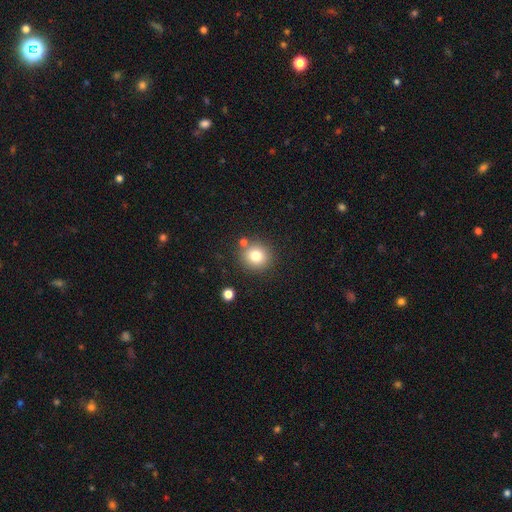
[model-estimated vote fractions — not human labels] Smooth or featured: smooth — 79% (star or artifact — 12%)
How rounded: round — 89% (in between — 10%)
Merging: none — 81% (minor disturbance — 8%)